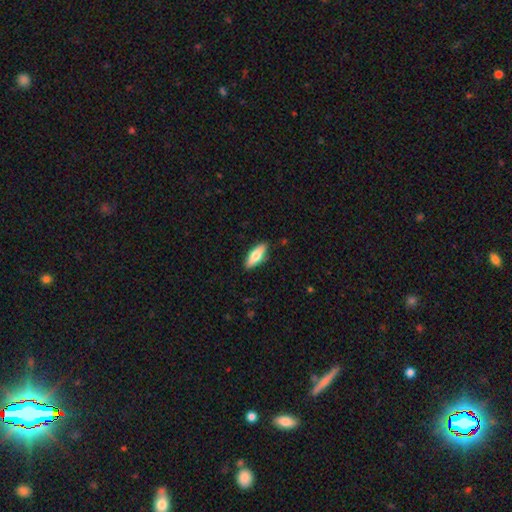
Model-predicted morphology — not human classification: A smooth galaxy with no disk features (67%) that is in between round and cigar-shaped (59%). Merging: none (87%).